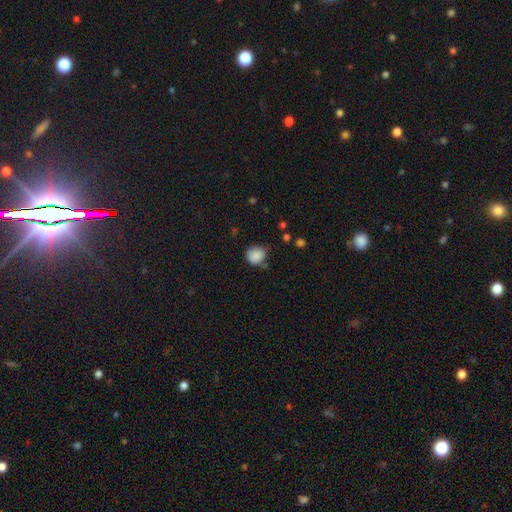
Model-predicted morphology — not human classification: This appears to be a smooth galaxy with no disk features (86%) that is round (79%). Merging: none (67%).